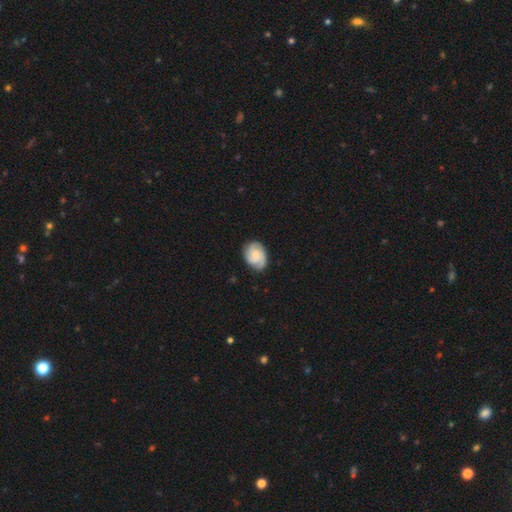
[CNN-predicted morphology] featured or disk 65%, smooth 29%, star or artifact 6%. Down the decision tree: edge-on disk — no (98%); bar — no (72%); spiral arms — yes (95%); spiral arm count — 3 (48%); spiral winding — tight (55%); bulge size — small (52%); merging — none (78%).